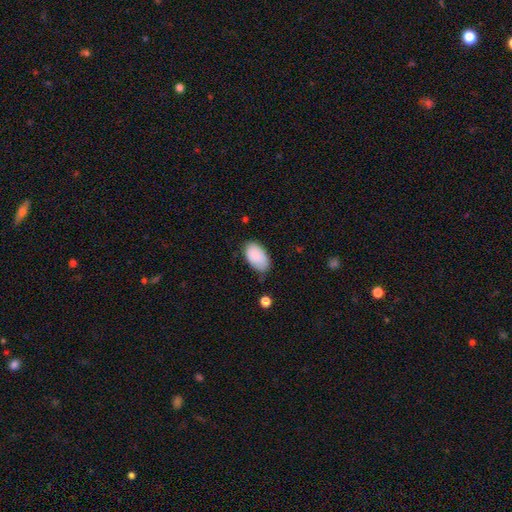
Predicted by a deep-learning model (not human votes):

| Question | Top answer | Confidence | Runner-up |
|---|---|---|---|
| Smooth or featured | smooth | 87% | star or artifact (6%) |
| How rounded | in between | 95% | round (4%) |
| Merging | none | 66% | minor disturbance (27%) |